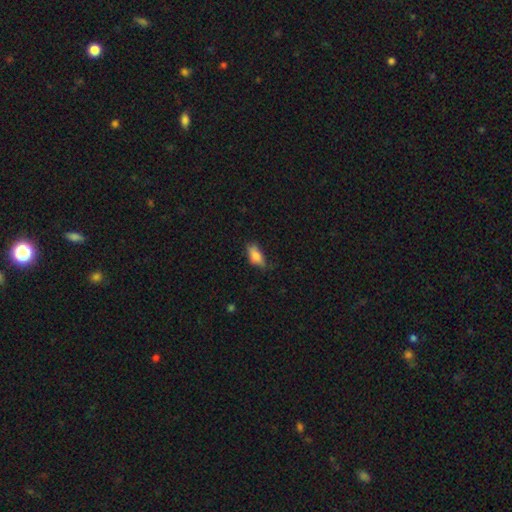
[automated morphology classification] smooth_or_featured: smooth (p=0.76) [alt: featured or disk p=0.15]
how_rounded: in between (p=0.85) [alt: cigar-shaped p=0.11]
merging: none (p=0.51) [alt: minor disturbance p=0.36]